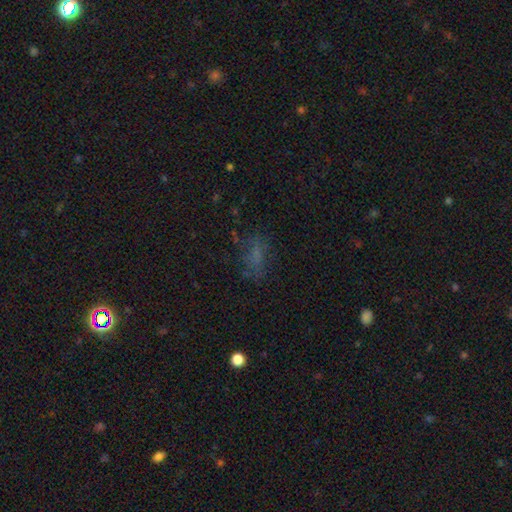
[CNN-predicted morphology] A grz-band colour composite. It shows a smooth galaxy with no disk features (52%) that is in between round and cigar-shaped (77%). Merging: none (59%).